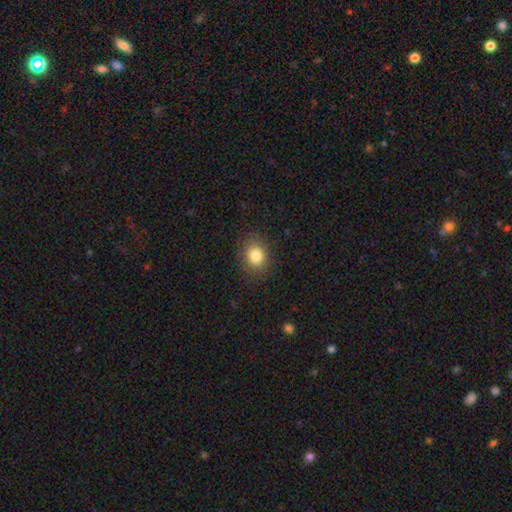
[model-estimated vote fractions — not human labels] This is clearly a smooth galaxy (83%). How rounded: possibly round (57%). Merging: clearly none (87%).